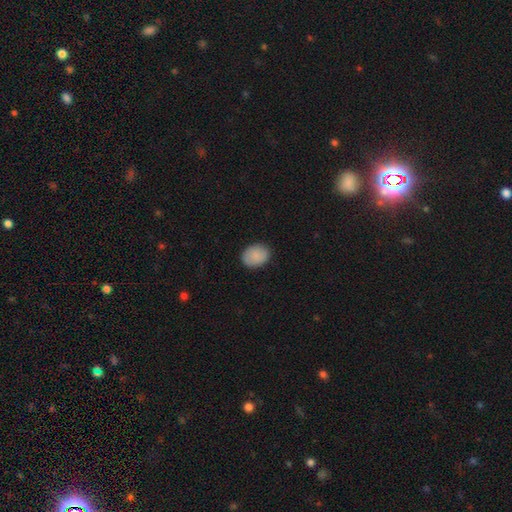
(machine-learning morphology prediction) Smooth or featured? Predicted: smooth (p=0.88). How rounded? Predicted: in between (p=0.58). Merging? Predicted: none (p=0.87).